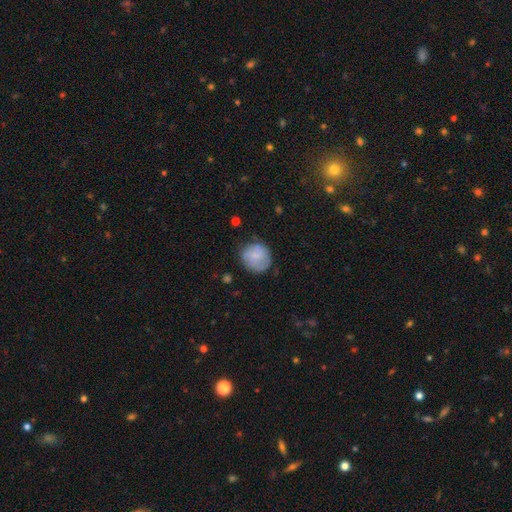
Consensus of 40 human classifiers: Smooth or featured? 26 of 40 (65%) said smooth. How rounded? 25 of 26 (96%) said round. Merging? 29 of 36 (81%) said none.